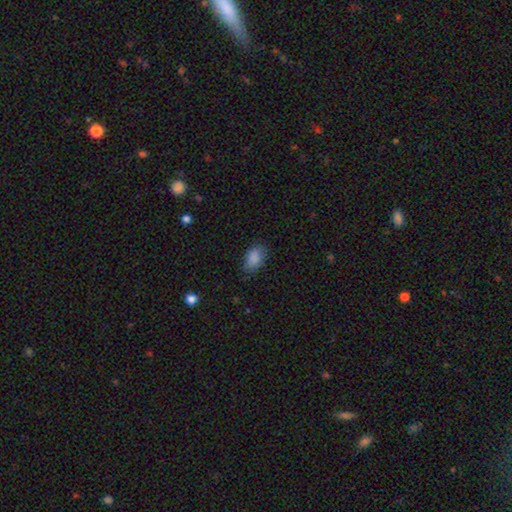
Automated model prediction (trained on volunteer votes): Smooth or featured: smooth — 83% (star or artifact — 10%)
How rounded: in between — 86% (round — 12%)
Merging: none — 77% (minor disturbance — 17%)